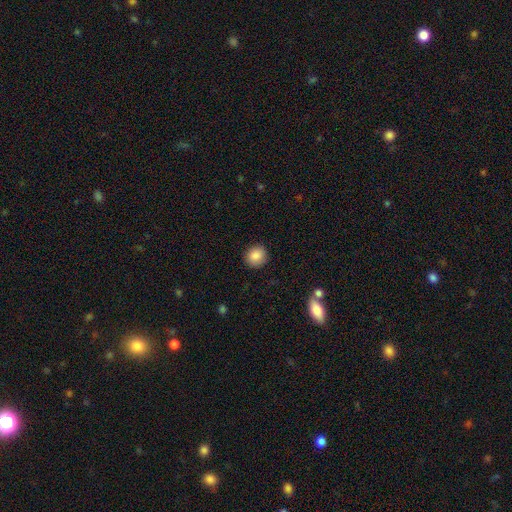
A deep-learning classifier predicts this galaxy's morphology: This is clearly a smooth galaxy (87%). How rounded: clearly round (84%). Merging: clearly none (89%).